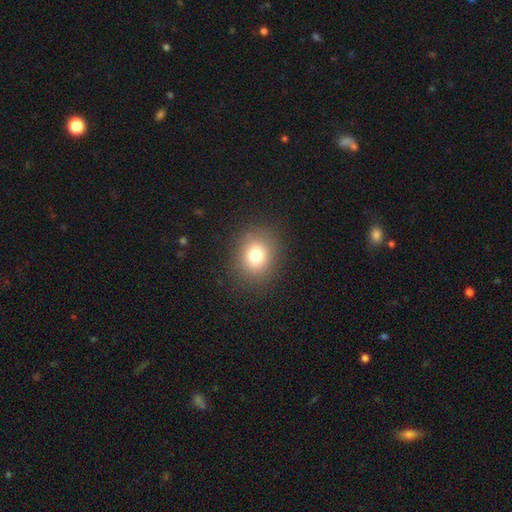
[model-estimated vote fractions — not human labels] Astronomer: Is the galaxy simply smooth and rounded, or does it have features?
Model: smooth — 77%.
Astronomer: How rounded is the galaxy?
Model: round — 68%.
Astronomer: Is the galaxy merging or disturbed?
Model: none — 86%.